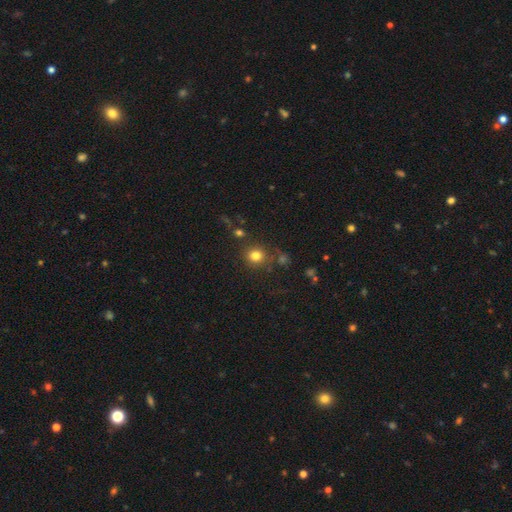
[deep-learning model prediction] smooth-or-featured: smooth: 79% | star or artifact: 14% | featured or disk: 7%
  how-rounded: round: 84% | in between: 15% | cigar-shaped: 1%
  merging: none: 80% | minor disturbance: 10% | merger: 6% | major disturbance: 4%